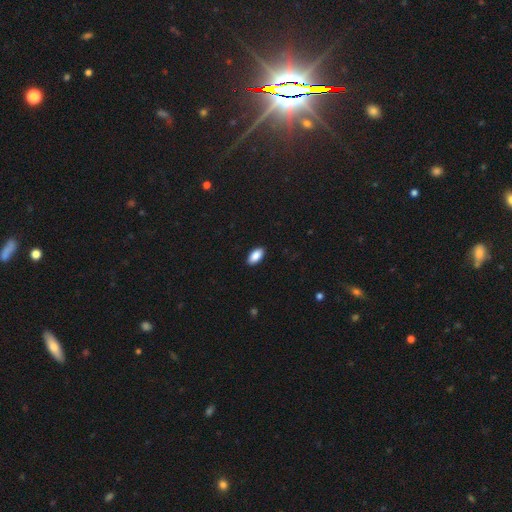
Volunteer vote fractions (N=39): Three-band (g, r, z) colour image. It shows a smooth galaxy with no disk features (97%) that is in between round and cigar-shaped (97%). Merging: none (89%).